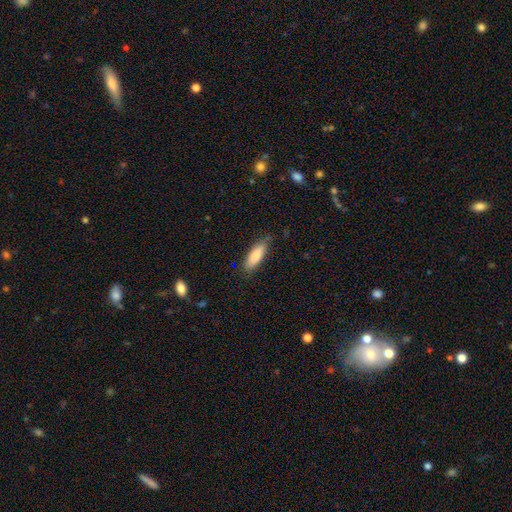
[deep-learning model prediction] Morphology: type=smooth (84%); roundness=in between (58%); merging=none (76%).